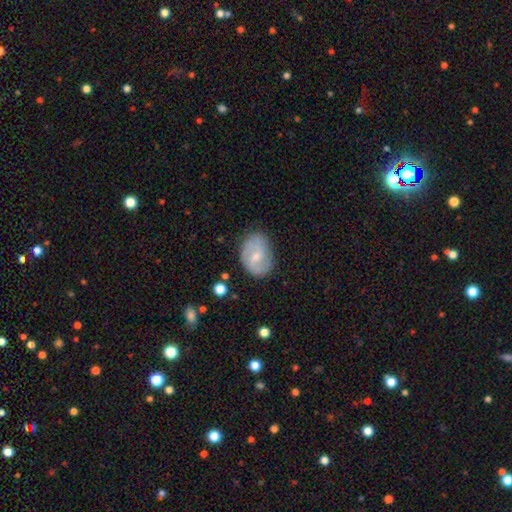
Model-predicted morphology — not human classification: featured or disk 53%, smooth 40%, star or artifact 7%. Down the decision tree: edge-on disk — no (96%); bar — weak (58%); spiral arms — yes (77%); bulge size — small (55%); merging — none (73%).